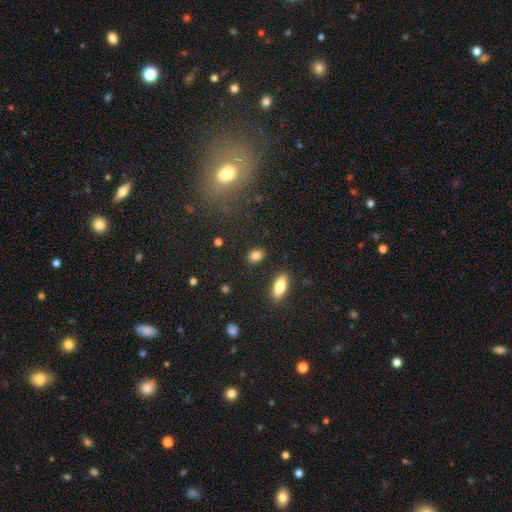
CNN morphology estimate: type=smooth (85%); roundness=in between (73%); merging=none (86%).